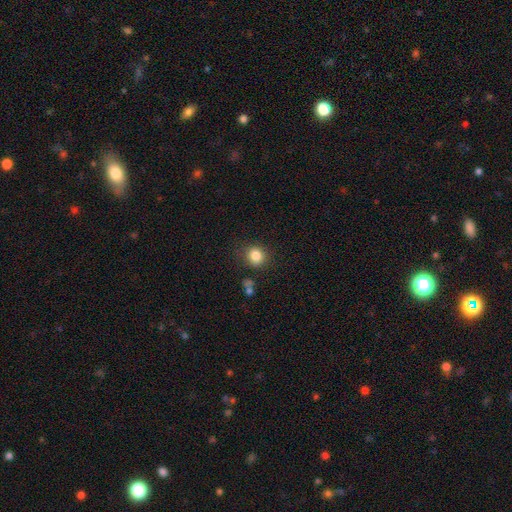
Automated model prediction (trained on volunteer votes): A smooth galaxy with no disk features (84%) that is round (79%).

Vote fractions:
- Smooth or featured? smooth: 84% / star or artifact: 11% / featured or disk: 5%
- How rounded? round: 79% / in between: 20% / cigar-shaped: 1%
- Merging? none: 82% / minor disturbance: 12% / major disturbance: 4% / merger: 3%